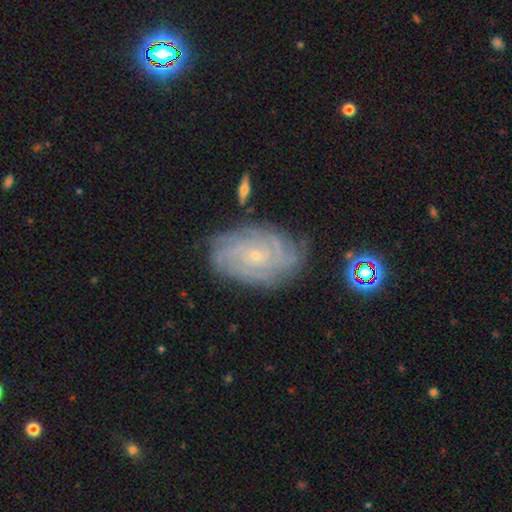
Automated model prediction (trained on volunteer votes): Smooth or featured? featured or disk (81%)
Edge-on disk? no (96%)
Bar? no (76%)
Spiral arms? yes (96%)
Spiral winding? tight (76%)
Spiral arm count? can't tell (32%)
Bulge size? small (84%)
Merging? none (75%)